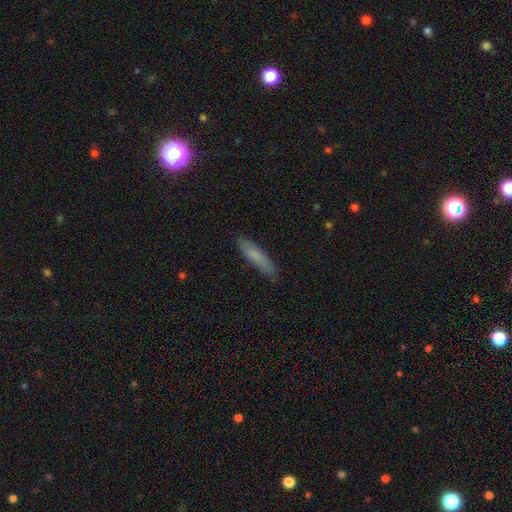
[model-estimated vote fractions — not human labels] Smooth or featured: smooth — 76% (featured or disk — 17%)
How rounded: cigar-shaped — 81% (in between — 17%)
Merging: none — 84% (minor disturbance — 12%)